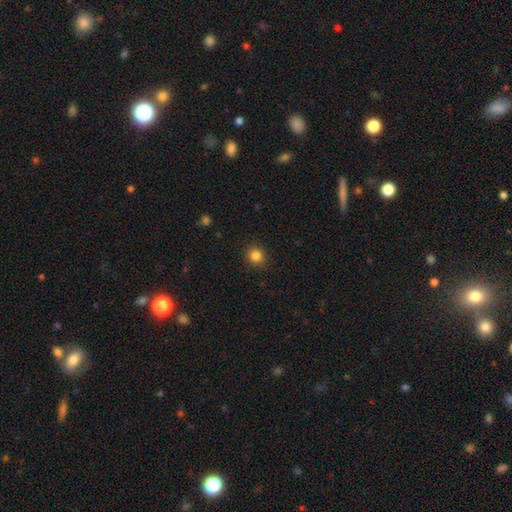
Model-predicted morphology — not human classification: A smooth galaxy with no disk features (84%) that is round (90%). Merging: none (91%).